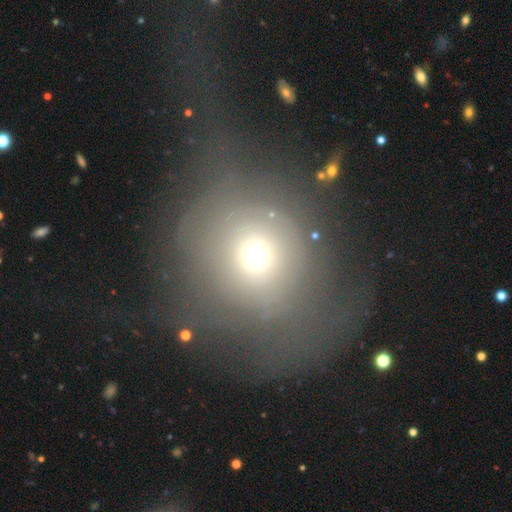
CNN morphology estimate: Smooth or featured: smooth — 59% (featured or disk — 24%)
How rounded: round — 82% (in between — 16%)
Merging: major disturbance — 38% (tied with none — 38%)